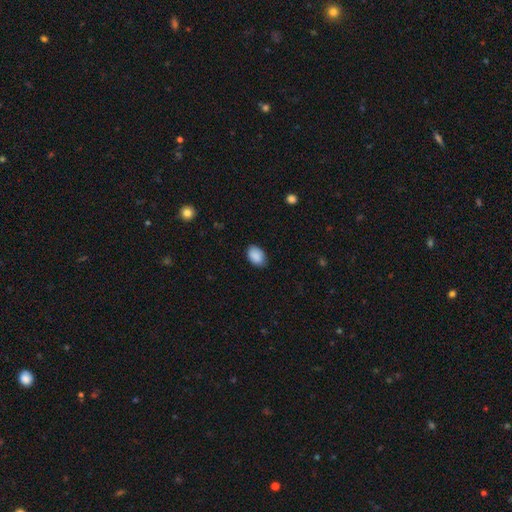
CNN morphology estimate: type=smooth (89%); roundness=in between (85%); merging=none (80%).